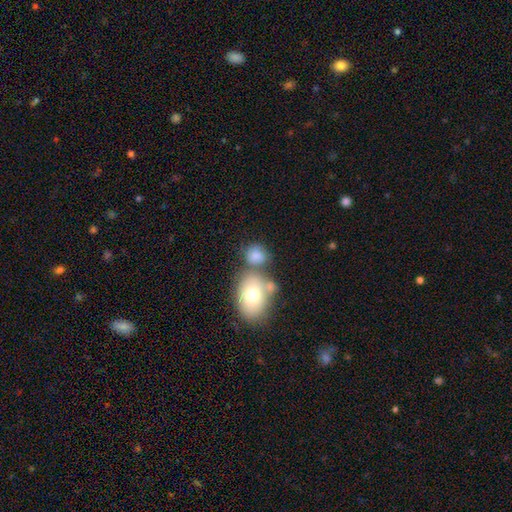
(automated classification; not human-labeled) Smooth or featured? smooth (77%)
How rounded? round (56%)
Merging? none (46%)